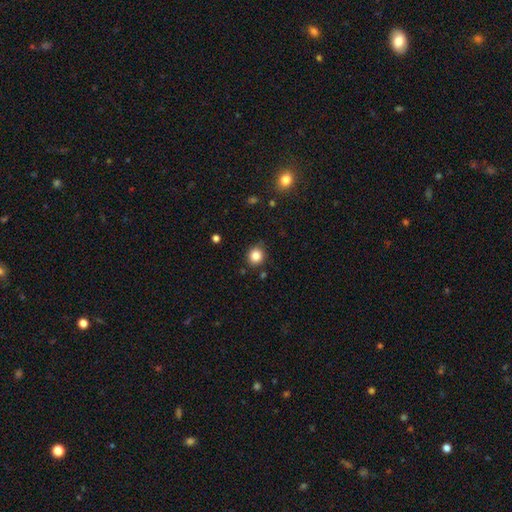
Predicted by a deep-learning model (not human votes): Smooth or featured: smooth — 84% (star or artifact — 11%)
How rounded: round — 86% (in between — 13%)
Merging: none — 84% (minor disturbance — 11%)